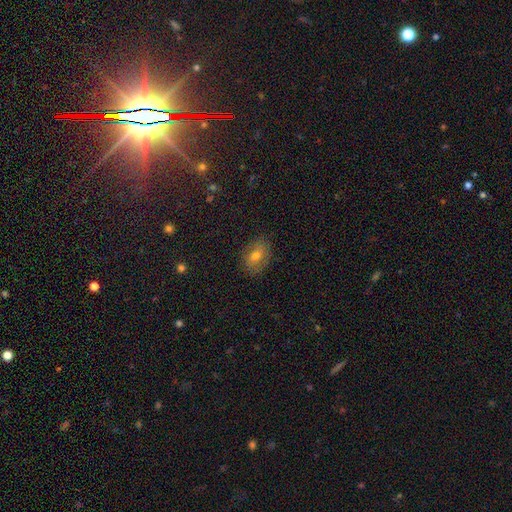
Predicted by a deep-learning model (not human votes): Smooth or featured? smooth (63%)
How rounded? in between (73%)
Merging? none (83%)